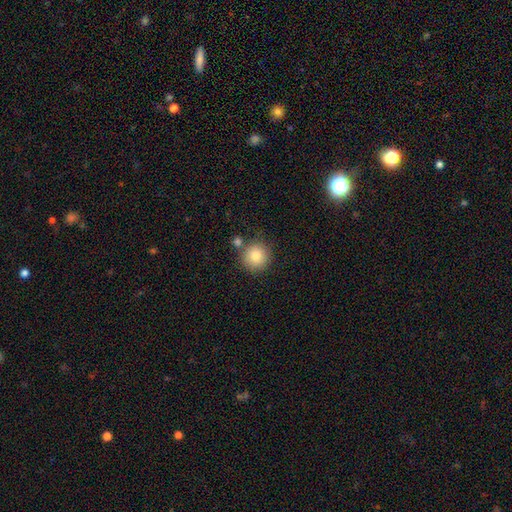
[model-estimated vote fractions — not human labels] Smooth or featured? smooth (83%)
How rounded? round (95%)
Merging? none (75%)